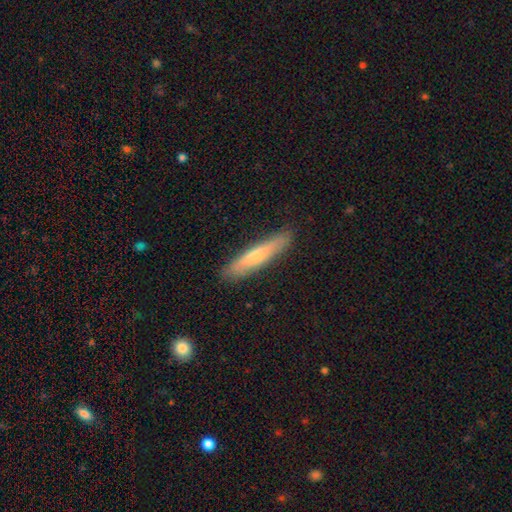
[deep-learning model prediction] smooth_or_featured: smooth (p=0.67) [alt: featured or disk p=0.28]
how_rounded: cigar-shaped (p=0.90) [alt: in between p=0.09]
merging: none (p=0.87) [alt: minor disturbance p=0.10]